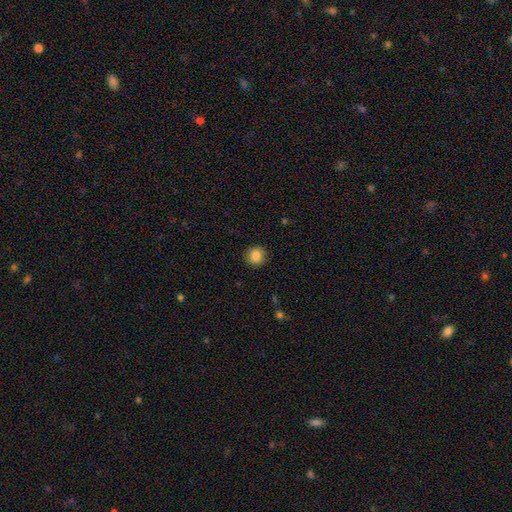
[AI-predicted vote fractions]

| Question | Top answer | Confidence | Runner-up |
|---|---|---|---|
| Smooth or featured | smooth | 85% | star or artifact (10%) |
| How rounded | round | 83% | in between (16%) |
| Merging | none | 88% | minor disturbance (9%) |